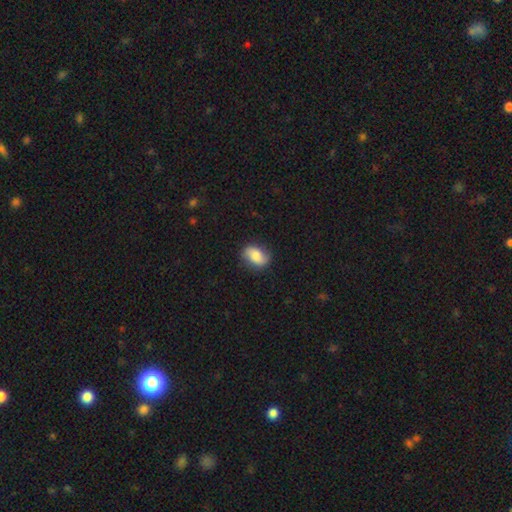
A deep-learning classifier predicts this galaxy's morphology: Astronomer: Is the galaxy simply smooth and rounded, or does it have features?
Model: smooth — 72%.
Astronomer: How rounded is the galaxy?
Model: in between — 84%.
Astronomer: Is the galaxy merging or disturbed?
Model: none — 79%.